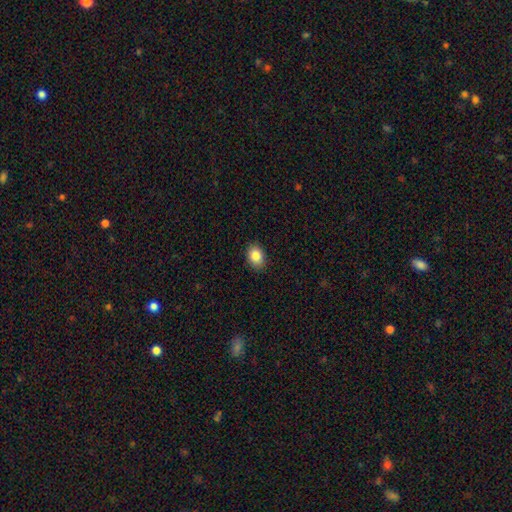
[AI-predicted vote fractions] The model was most divided on "how rounded": in between: 71%, round: 28%, cigar-shaped: 1%. More confident: merging — none (88%); smooth or featured — smooth (85%).